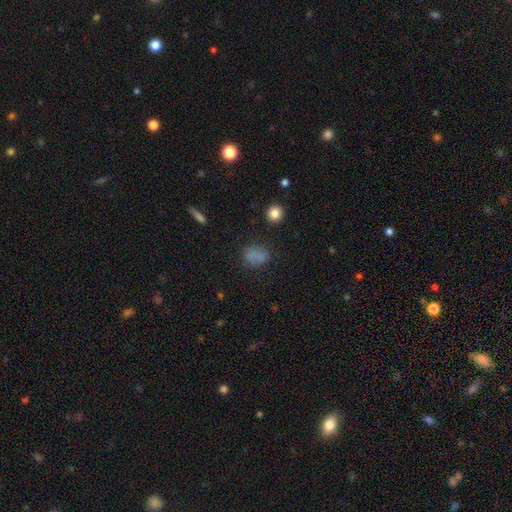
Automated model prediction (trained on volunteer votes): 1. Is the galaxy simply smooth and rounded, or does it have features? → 76% smooth, 16% star or artifact, 7% featured or disk.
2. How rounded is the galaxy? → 50% in between, 49% round, 2% cigar-shaped.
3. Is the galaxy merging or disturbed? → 72% none, 17% minor disturbance, 7% major disturbance, 4% merger.